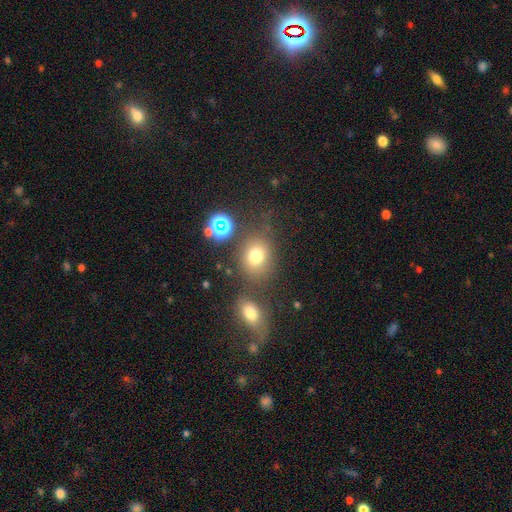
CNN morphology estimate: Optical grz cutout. It shows a smooth galaxy with no disk features (74%) that is round (63%). Merging: none (70%).